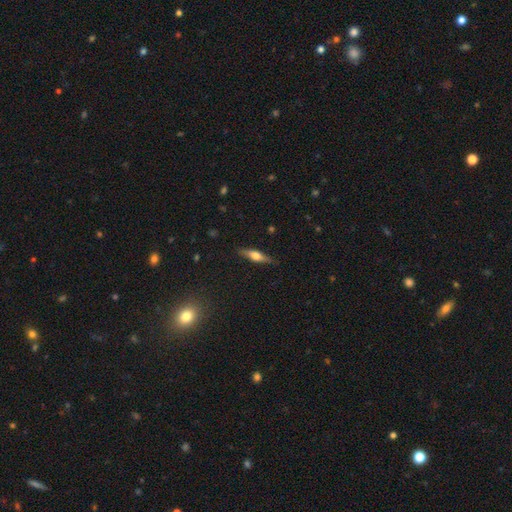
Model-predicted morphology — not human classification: Smooth or featured: featured or disk — 53% (smooth — 40%)
Edge-on disk: yes — 94% (no — 6%)
Edge-on bulge: rounded — 91% (boxy — 6%)
Merging: none — 86% (minor disturbance — 11%)